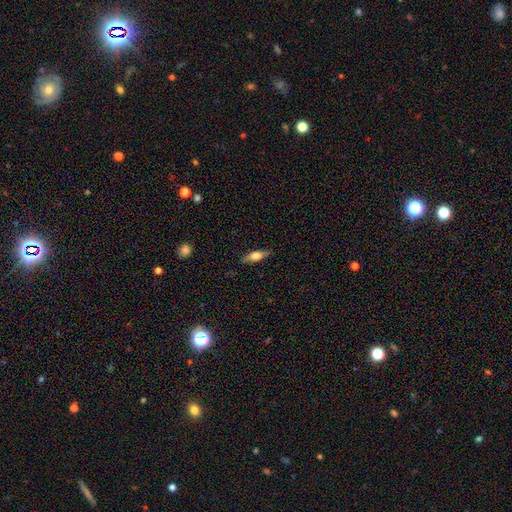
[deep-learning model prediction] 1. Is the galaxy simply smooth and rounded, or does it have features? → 48% smooth, 45% featured or disk, 7% star or artifact.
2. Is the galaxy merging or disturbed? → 85% none, 11% minor disturbance, 2% major disturbance, 1% merger.